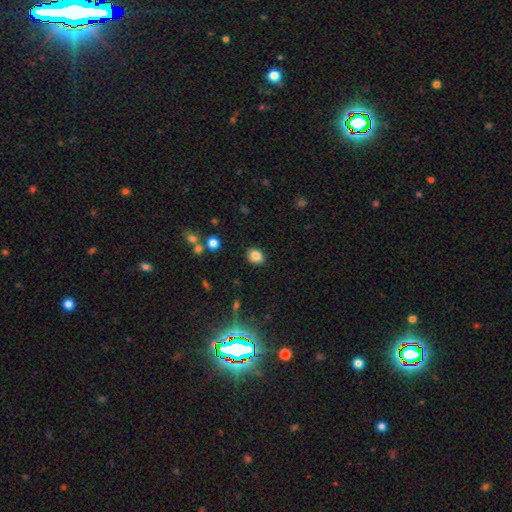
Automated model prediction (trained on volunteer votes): A smooth galaxy with no disk features (83%) that is round (55%).

Vote fractions:
- Smooth or featured? smooth: 83% / star or artifact: 11% / featured or disk: 5%
- How rounded? round: 55% / in between: 44% / cigar-shaped: 1%
- Merging? none: 88% / minor disturbance: 8% / major disturbance: 2% / merger: 2%